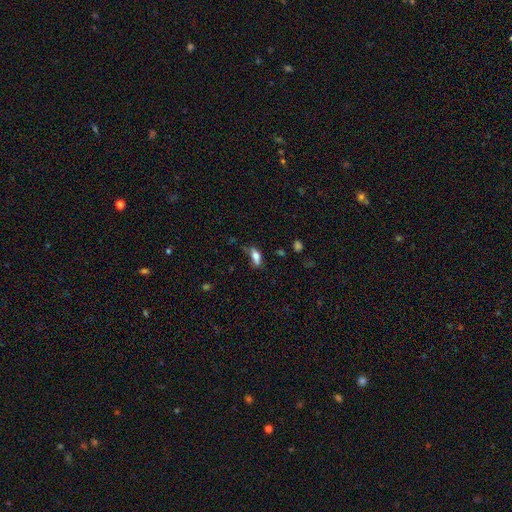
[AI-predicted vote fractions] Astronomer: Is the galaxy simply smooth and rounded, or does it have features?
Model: smooth — 68%.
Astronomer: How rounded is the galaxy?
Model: in between — 74%.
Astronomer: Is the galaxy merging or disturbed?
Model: none — 45% (runner-up: minor disturbance, 30%).